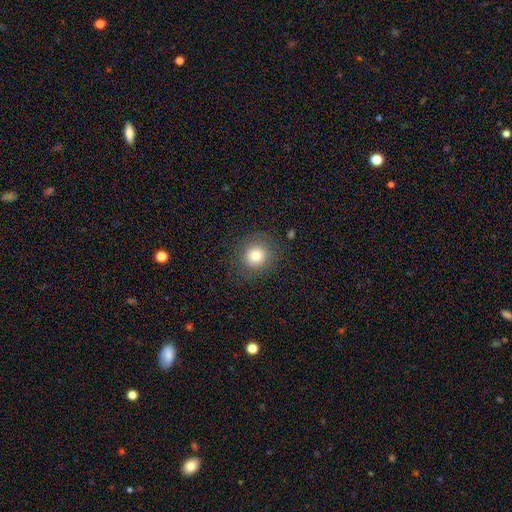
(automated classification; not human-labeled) A smooth galaxy with no disk features (77%) that is round (91%).

Vote fractions:
- Smooth or featured? smooth: 77% / star or artifact: 12% / featured or disk: 10%
- How rounded? round: 91% / in between: 8% / cigar-shaped: 1%
- Merging? none: 86% / minor disturbance: 9% / major disturbance: 4% / merger: 1%